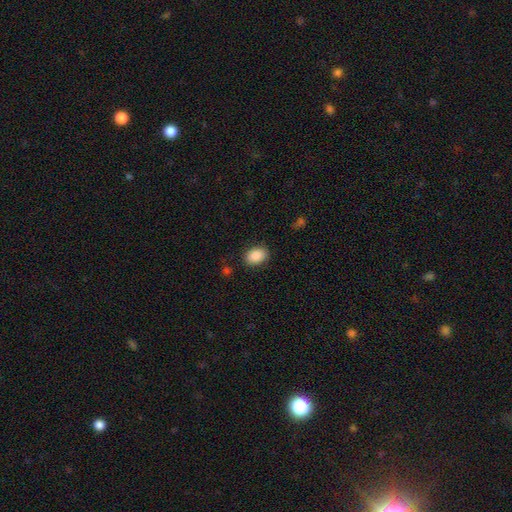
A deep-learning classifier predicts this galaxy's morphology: Smooth or featured? smooth (88%)
How rounded? in between (79%)
Merging? none (85%)